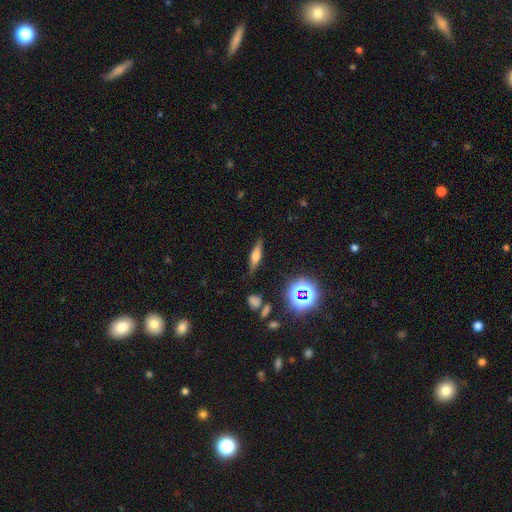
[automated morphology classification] A featured or disk galaxy (48%). Merging: none (83%).